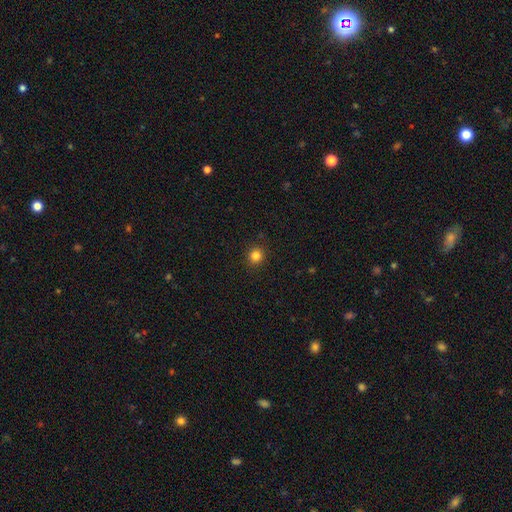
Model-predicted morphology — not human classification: smooth_or_featured: smooth (p=0.83) [alt: star or artifact p=0.13]
how_rounded: round (p=0.92) [alt: in between p=0.08]
merging: none (p=0.92) [alt: minor disturbance p=0.05]